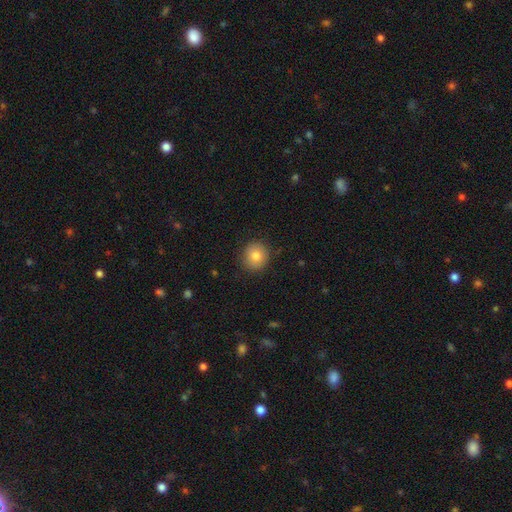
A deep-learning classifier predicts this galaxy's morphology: smooth 82%, star or artifact 10%, featured or disk 9%. Down the decision tree: how rounded — round (86%); merging — none (88%).